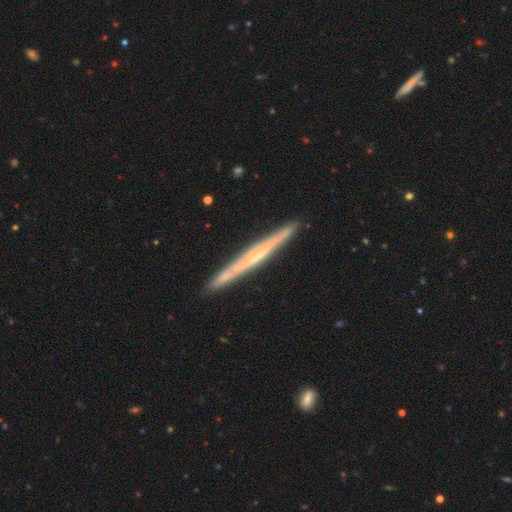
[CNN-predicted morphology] Smooth or featured?
  - featured or disk: 71% *
  - smooth: 23%
  - star or artifact: 6%
Edge-on disk?
  - yes: 97% *
  - no: 3%
Edge-on bulge?
  - none: 60% *
  - rounded: 31%
  - boxy: 9%
Merging?
  - none: 89% *
  - minor disturbance: 8%
  - merger: 2%
  - major disturbance: 1%